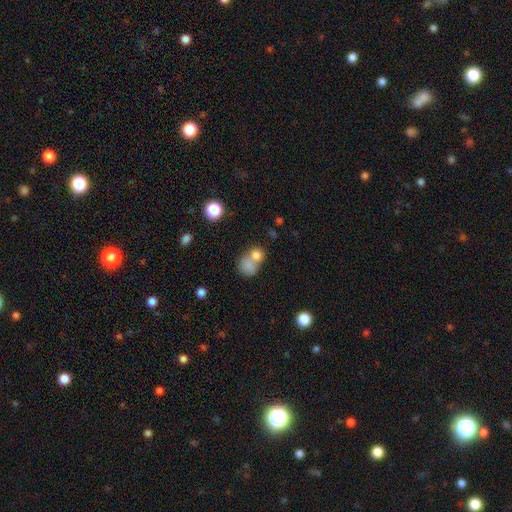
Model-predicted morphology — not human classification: smooth_or_featured: smooth (p=0.78) [alt: star or artifact p=0.11]
how_rounded: round (p=0.65) [alt: in between p=0.34]
merging: merger (p=0.53) [alt: none p=0.32]